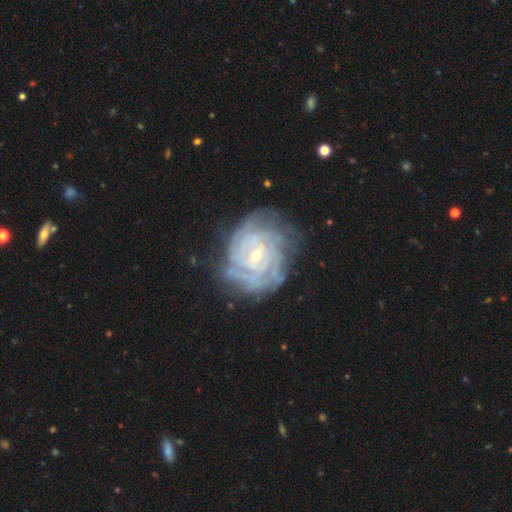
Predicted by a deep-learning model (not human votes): Overall: featured or disk (87%). Edge-on disk: no (97%). Bar: weak (45%; no 42%). Spiral arms: yes (96%). Spiral arm count: can't tell (36%; 4 21%). Spiral winding: tight (78%). Bulge size: small (72%). Merging: none (68%).